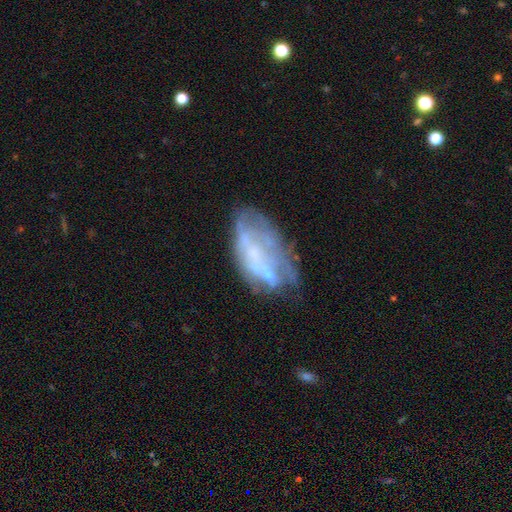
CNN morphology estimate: type=featured or disk (60%); edge-on=no (96%); bar=no (83%); spiral arms=no (81%); bulge=none (50%); merging=none (39%).